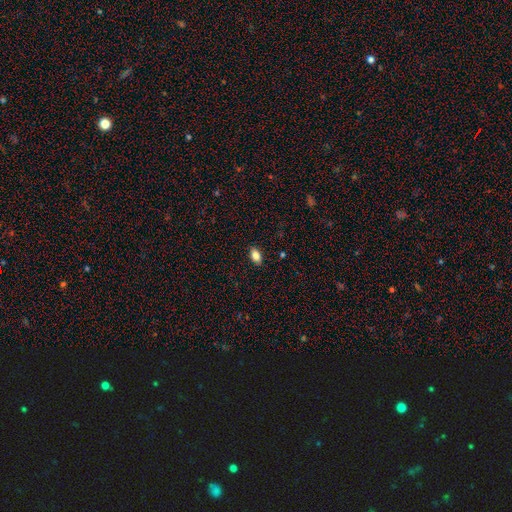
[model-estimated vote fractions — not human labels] smooth-or-featured: smooth: 84% | star or artifact: 9% | featured or disk: 8%
  how-rounded: in between: 90% | round: 7% | cigar-shaped: 4%
  merging: none: 88% | minor disturbance: 9% | major disturbance: 2% | merger: 1%